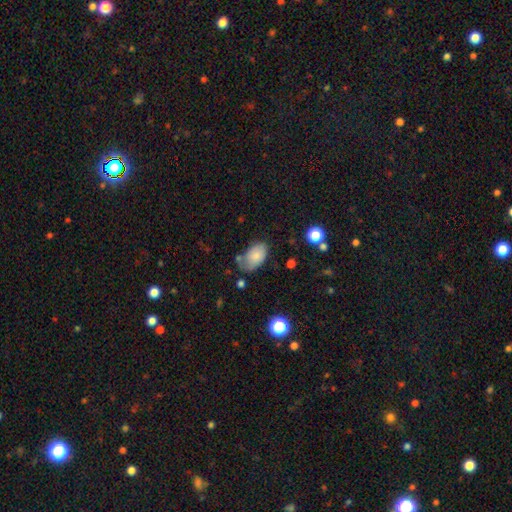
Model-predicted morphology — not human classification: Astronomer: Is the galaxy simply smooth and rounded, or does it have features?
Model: smooth — 78%.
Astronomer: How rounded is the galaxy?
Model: in between — 91%.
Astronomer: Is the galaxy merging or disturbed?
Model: none — 53% (runner-up: minor disturbance, 30%).